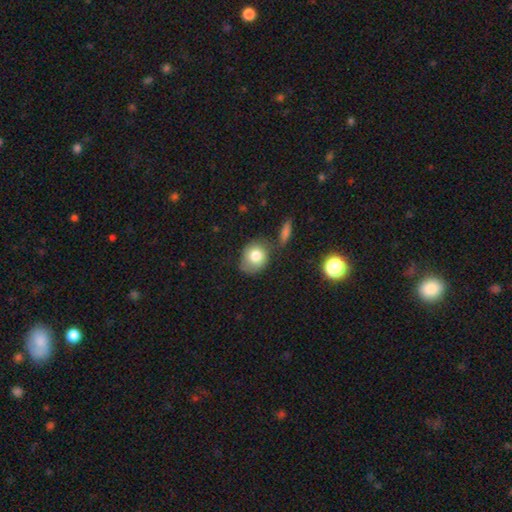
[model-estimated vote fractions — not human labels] Smooth or featured? smooth (77%)
How rounded? round (60%)
Merging? none (56%)